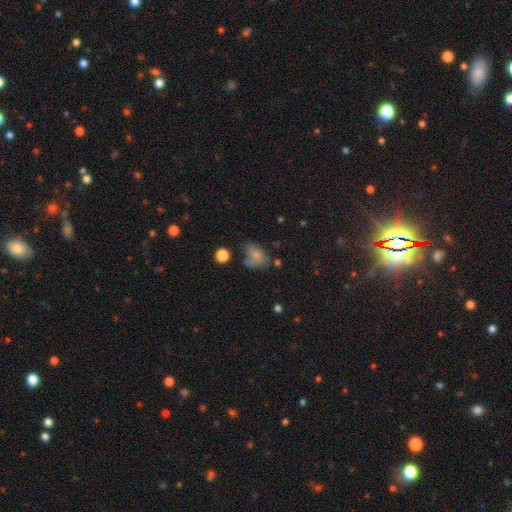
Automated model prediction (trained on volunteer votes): Smooth or featured: smooth — 68% (featured or disk — 18%)
How rounded: in between — 77% (round — 22%)
Merging: none — 36% (minor disturbance — 29%)